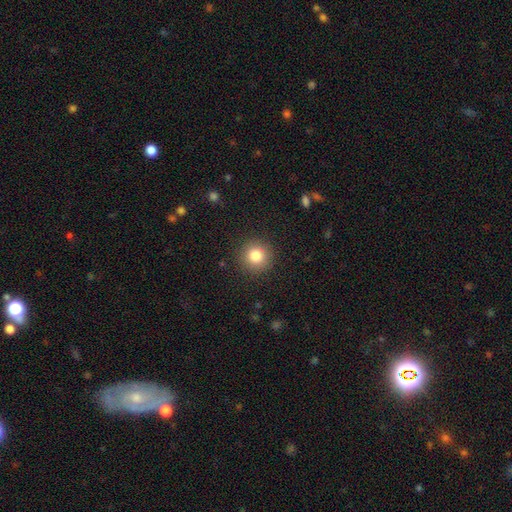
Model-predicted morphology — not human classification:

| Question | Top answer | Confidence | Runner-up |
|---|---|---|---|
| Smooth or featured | smooth | 82% | star or artifact (11%) |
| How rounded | round | 95% | in between (4%) |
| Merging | none | 90% | minor disturbance (7%) |